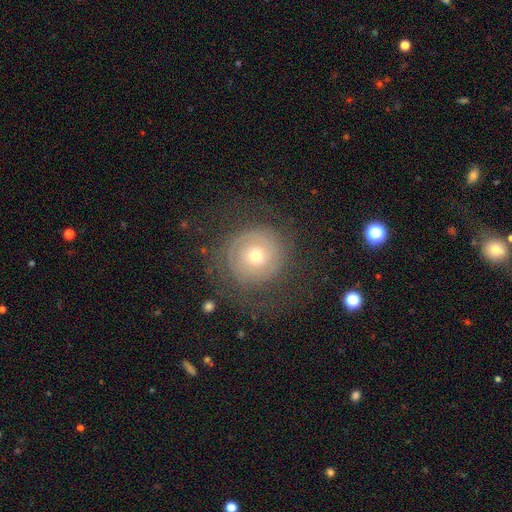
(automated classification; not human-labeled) Q: Smooth or featured?
A: featured or disk (68%); runner-up: smooth (23%)
Q: Edge-on disk?
A: no (97%); runner-up: yes (3%)
Q: Bar?
A: no (80%); runner-up: weak (16%)
Q: Spiral arms?
A: yes (83%); runner-up: no (17%)
Q: Spiral winding?
A: tight (74%); runner-up: medium (18%)
Q: Spiral arm count?
A: 2 (41%); runner-up: can't tell (34%)
Q: Bulge size?
A: small (49%); runner-up: moderate (46%)
Q: Merging?
A: none (70%); runner-up: minor disturbance (15%)